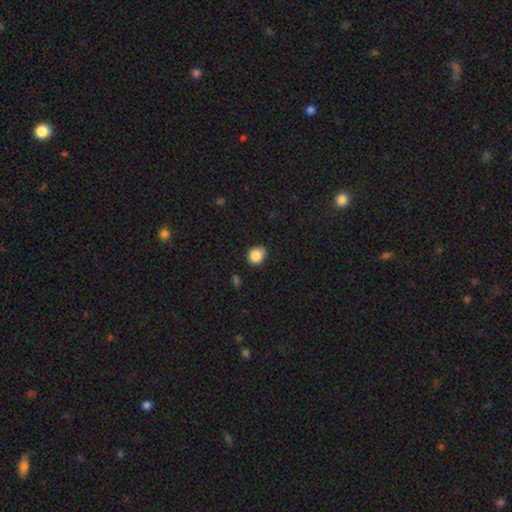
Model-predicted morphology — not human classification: A smooth galaxy with no disk features (86%) that is round (76%).

Vote fractions:
- Smooth or featured? smooth: 86% / star or artifact: 10% / featured or disk: 4%
- How rounded? round: 76% / in between: 23% / cigar-shaped: 1%
- Merging? none: 68% / minor disturbance: 26% / major disturbance: 4% / merger: 2%